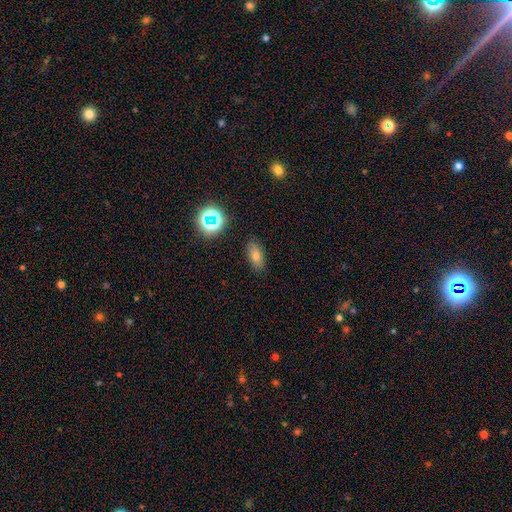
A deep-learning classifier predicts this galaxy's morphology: Overall: smooth (72%). How rounded: in between (83%). Merging: none (85%).